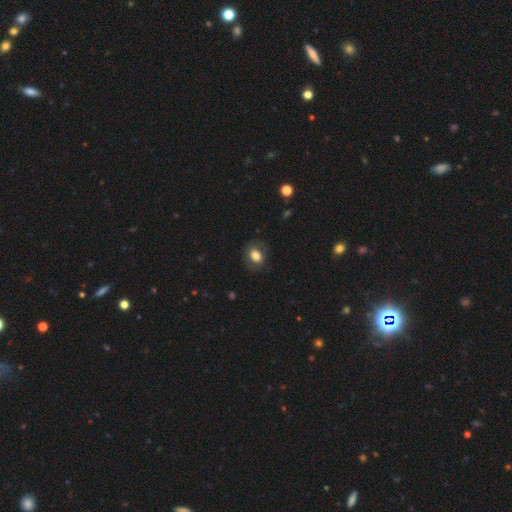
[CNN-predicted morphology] Q: Smooth or featured?
A: smooth (78%); runner-up: featured or disk (13%)
Q: How rounded?
A: in between (56%); runner-up: round (43%)
Q: Merging?
A: none (82%); runner-up: minor disturbance (12%)